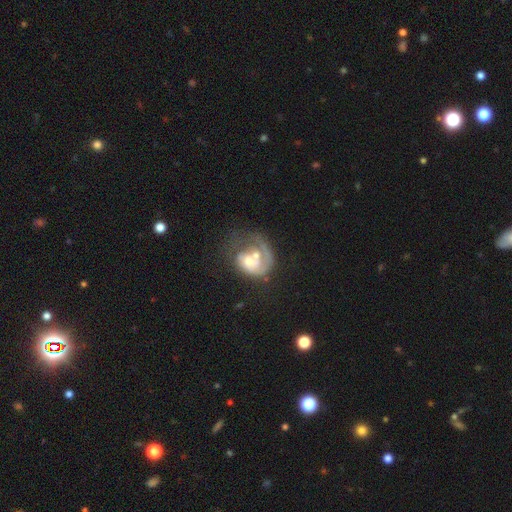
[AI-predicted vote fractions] Smooth or featured? Predicted: featured or disk (p=0.72). Edge-on disk? Predicted: no (p=0.98). Bar? Predicted: no (p=0.75). Spiral arms? Predicted: yes (p=0.76). Spiral winding? Predicted: tight (p=0.39). Spiral arm count? Predicted: 1 (p=0.75). Bulge size? Predicted: moderate (p=0.55). Merging? Predicted: merger (p=0.31).